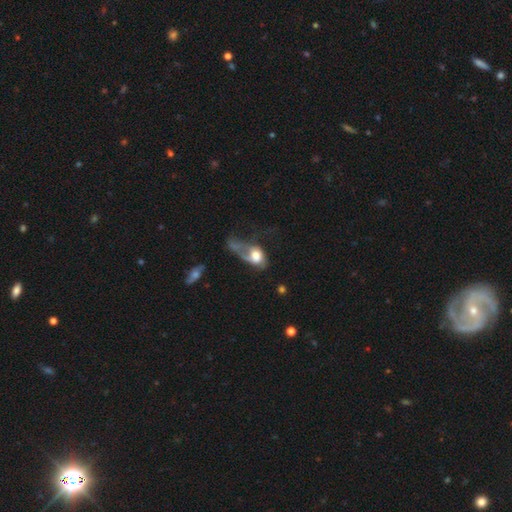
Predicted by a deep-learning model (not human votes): Smooth or featured: smooth — 50% (featured or disk — 42%)
Merging: major disturbance — 60% (none — 14%)